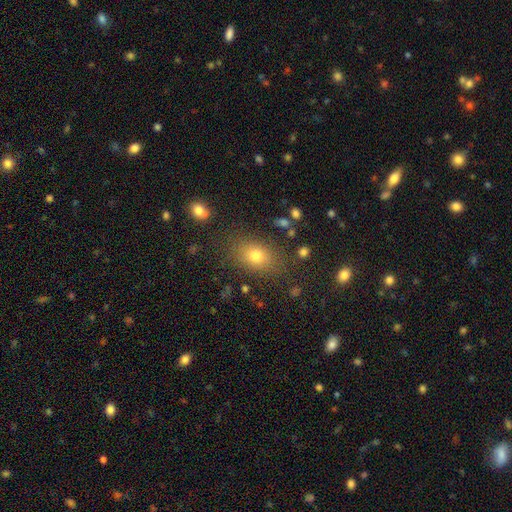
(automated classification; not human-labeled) Smooth or featured? Predicted: smooth (p=0.77). How rounded? Predicted: in between (p=0.72). Merging? Predicted: none (p=0.81).